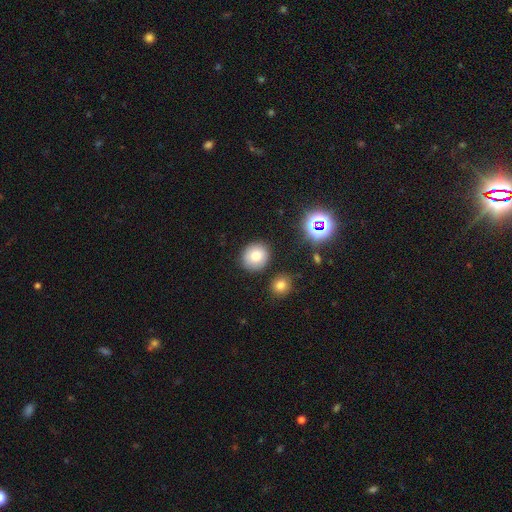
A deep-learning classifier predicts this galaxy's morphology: The model was most divided on "how rounded": round: 81%, in between: 18%, cigar-shaped: 1%. More confident: merging — none (84%); smooth or featured — smooth (78%).